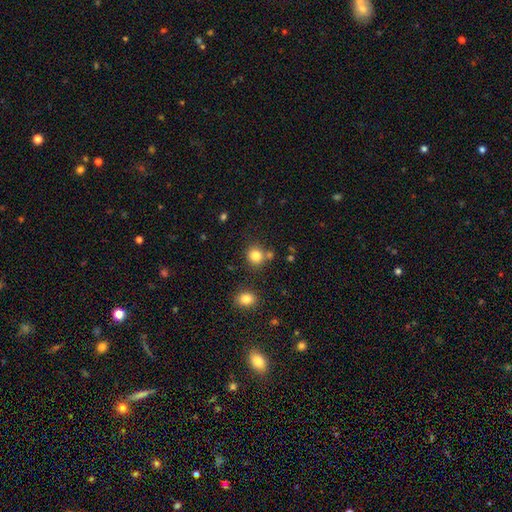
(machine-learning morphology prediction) smooth_or_featured: smooth (p=0.82) [alt: star or artifact p=0.12]
how_rounded: round (p=0.87) [alt: in between p=0.12]
merging: none (p=0.74) [alt: merger p=0.13]